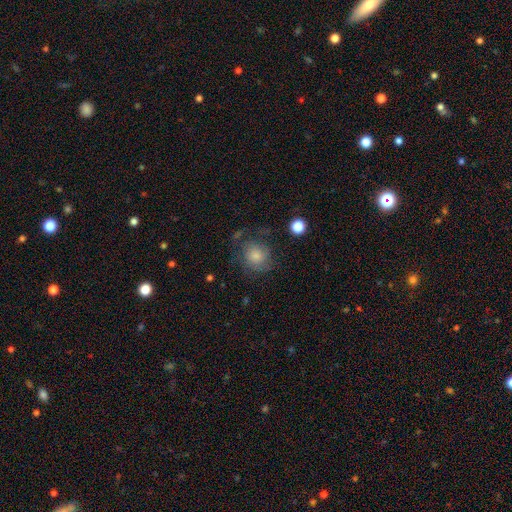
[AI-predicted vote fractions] This is possibly a smooth galaxy (53%). How rounded: clearly round (82%). Merging: likely none (62%).